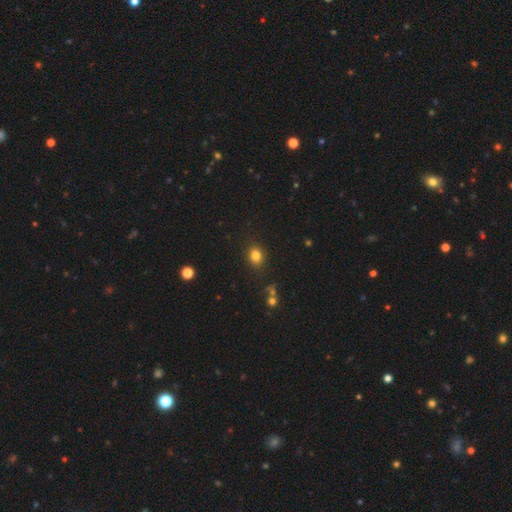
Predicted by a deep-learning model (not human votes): This is clearly a smooth galaxy (81%). How rounded: likely round (60%). Merging: clearly none (85%).